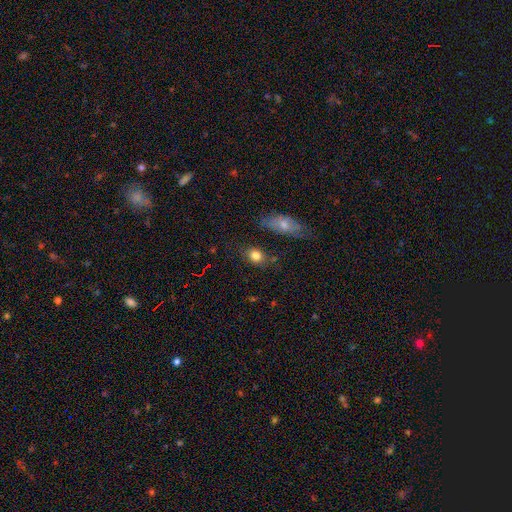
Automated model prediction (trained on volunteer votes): This appears to be a smooth galaxy with no disk features (81%) that is in between round and cigar-shaped (54%). Merging: none (75%).